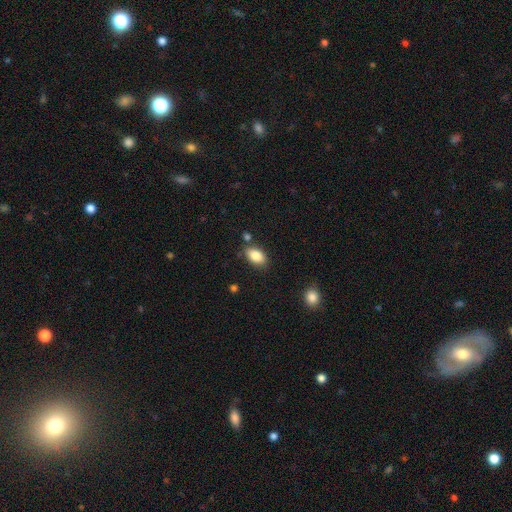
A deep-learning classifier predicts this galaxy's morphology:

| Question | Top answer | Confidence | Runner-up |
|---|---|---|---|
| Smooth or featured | smooth | 86% | star or artifact (8%) |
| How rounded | in between | 92% | round (6%) |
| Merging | none | 79% | minor disturbance (13%) |